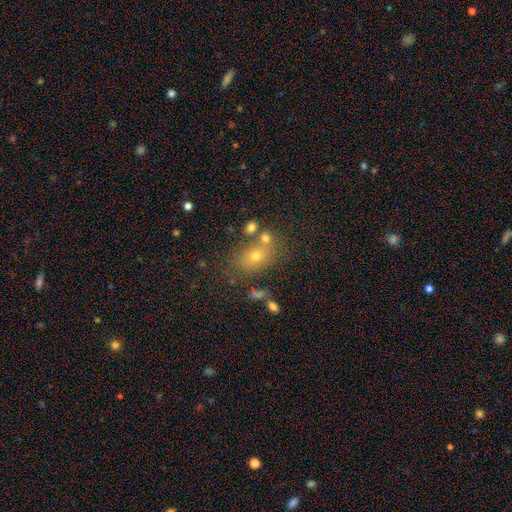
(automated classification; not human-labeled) smooth-or-featured: smooth: 59% | star or artifact: 24% | featured or disk: 17%
  how-rounded: in between: 51% | round: 47% | cigar-shaped: 2%
  merging: none: 64% | merger: 20% | minor disturbance: 11% | major disturbance: 5%